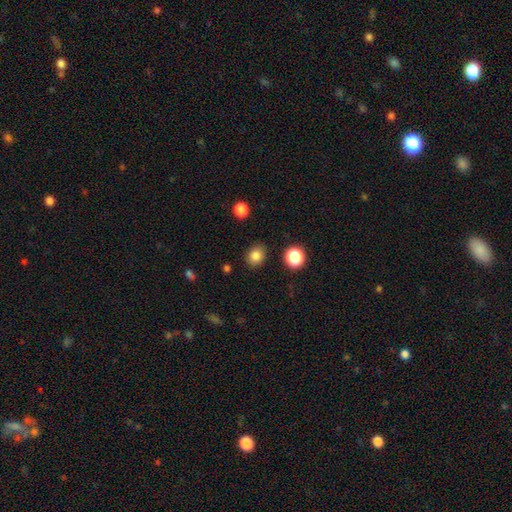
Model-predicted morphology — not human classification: Overall: smooth (83%). How rounded: round (64%; in between 36%). Merging: none (86%).